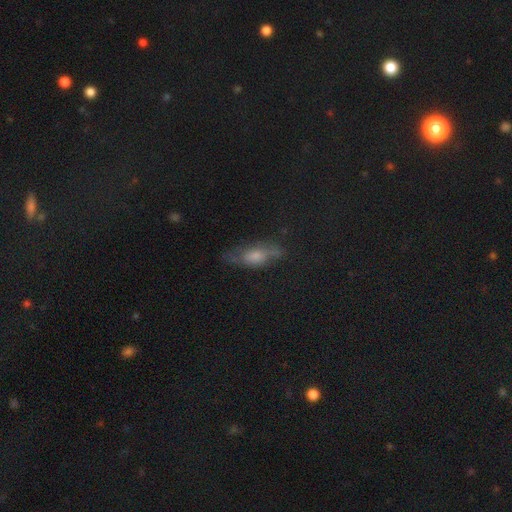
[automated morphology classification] smooth-or-featured: smooth: 44% | featured or disk: 38% | star or artifact: 18%
  merging: none: 63% | minor disturbance: 24% | major disturbance: 11% | merger: 2%